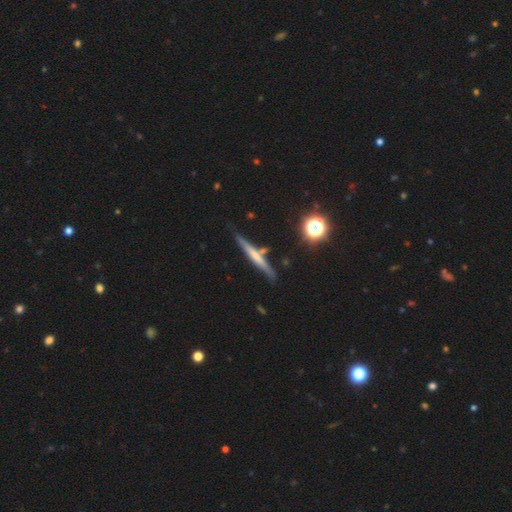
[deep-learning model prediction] smooth-or-featured: featured or disk: 53% | smooth: 38% | star or artifact: 8%
  disk-edge-on: yes: 95% | no: 5%
    edge-on-bulge: none: 54% | rounded: 31% | boxy: 16%
  merging: none: 76% | minor disturbance: 13% | merger: 7% | major disturbance: 3%